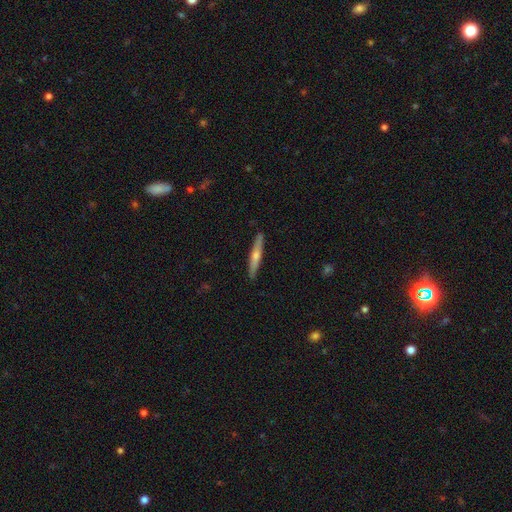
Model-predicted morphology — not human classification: A featured or disk galaxy (53%) viewed edge-on (95%) with a rounded central bulge (81%).

Vote fractions:
- Smooth or featured? featured or disk: 53% / smooth: 41% / star or artifact: 6%
- Edge-on disk? yes: 95% / no: 5%
- Edge-on bulge? rounded: 81% / none: 15% / boxy: 3%
- Merging? none: 91% / minor disturbance: 7% / major disturbance: 1% / merger: 1%